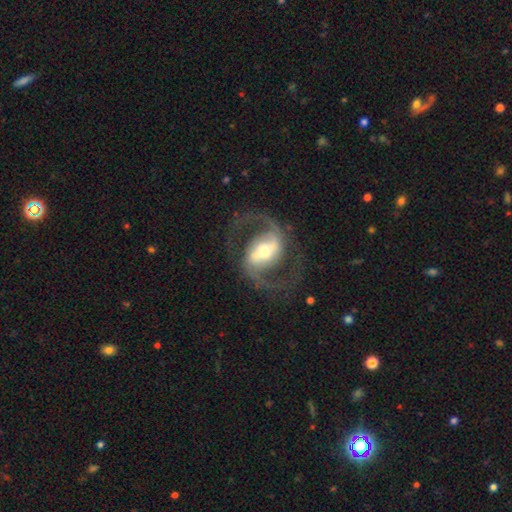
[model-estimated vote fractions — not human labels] This is clearly a featured or disk galaxy (90%). It is clearly not viewed edge-on (97%). Bar: possibly strong (56%). Spiral arm pattern: clearly yes (96%). Spiral arm count: clearly 2 (94%). Spiral winding: possibly medium (59%). Central bulge: possibly moderate (60%). Merging: likely none (79%).